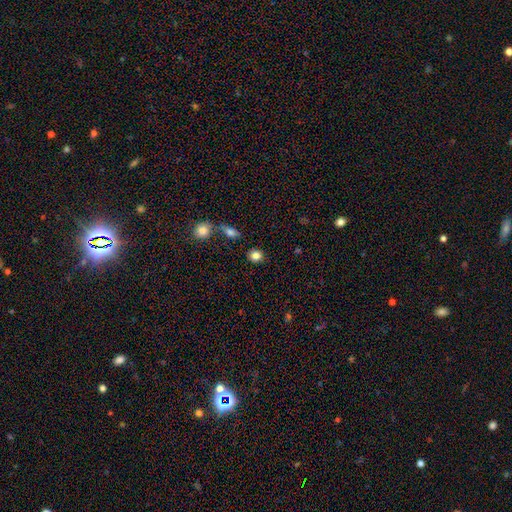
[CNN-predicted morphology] Smooth or featured?
  - smooth: 84% *
  - star or artifact: 10%
  - featured or disk: 6%
How rounded?
  - round: 81% *
  - in between: 18%
  - cigar-shaped: 1%
Merging?
  - none: 86% *
  - minor disturbance: 7%
  - merger: 4%
  - major disturbance: 2%